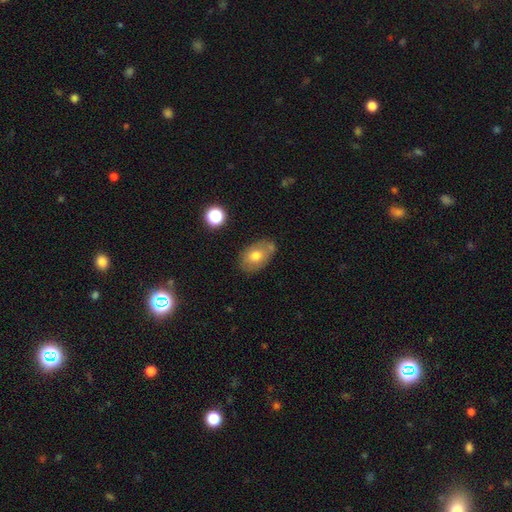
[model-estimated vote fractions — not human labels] A smooth galaxy with no disk features (70%) that is in between round and cigar-shaped (84%). Merging: none (66%).